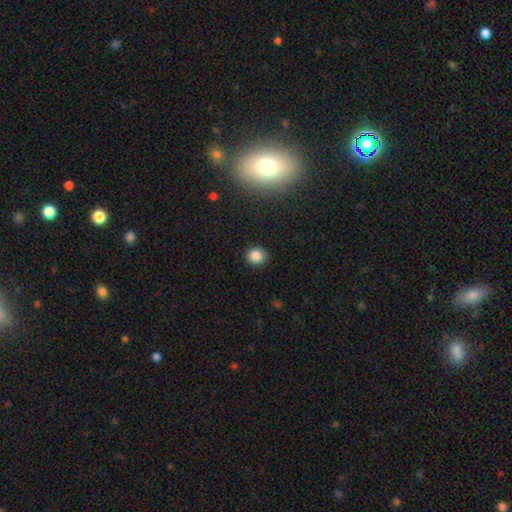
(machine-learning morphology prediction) type=smooth (85%); roundness=round (88%); merging=none (90%).